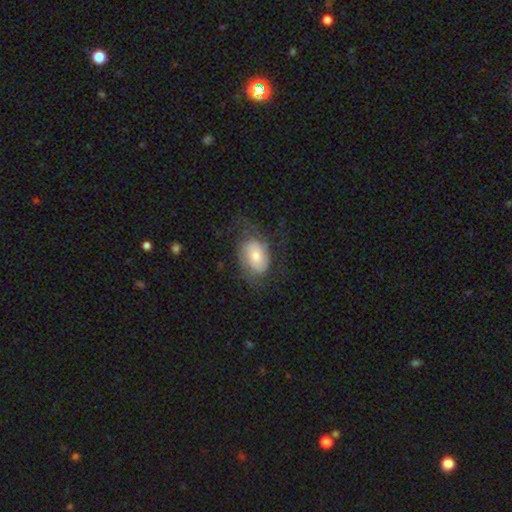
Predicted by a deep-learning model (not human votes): This appears to be a smooth galaxy with no disk features (51%) that is in between round and cigar-shaped (81%). Merging: none (54%).